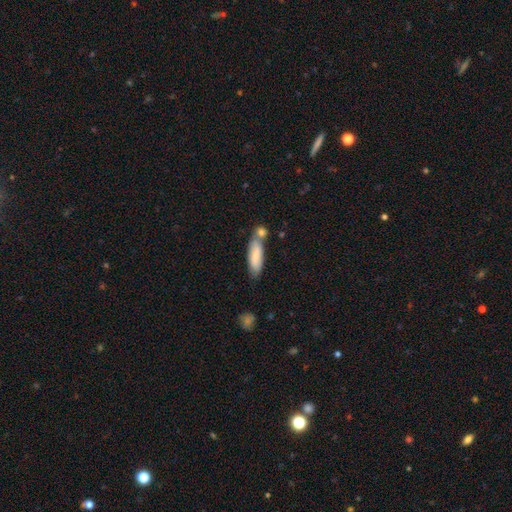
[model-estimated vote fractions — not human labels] This is likely a smooth galaxy (79%). How rounded: possibly cigar-shaped (53%). Merging: possibly none (49%).